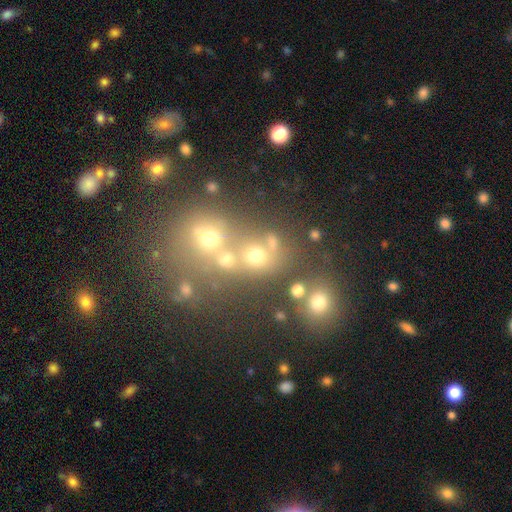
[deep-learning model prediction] Smooth or featured? smooth (66%)
How rounded? round (76%)
Merging? none (47%)